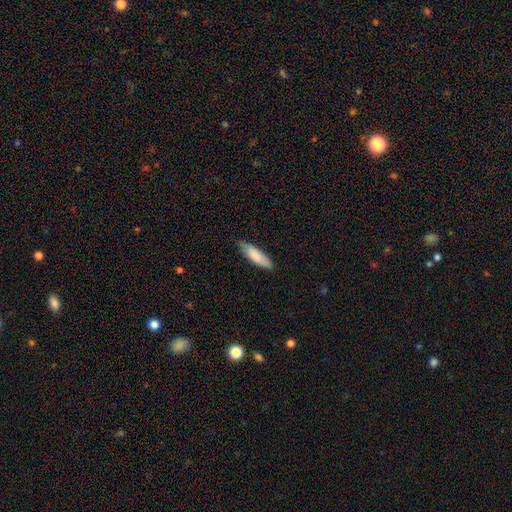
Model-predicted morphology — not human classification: A smooth galaxy with no disk features (79%) that is cigar-shaped (59%).

Vote fractions:
- Smooth or featured? smooth: 79% / featured or disk: 15% / star or artifact: 6%
- How rounded? cigar-shaped: 59% / in between: 39% / round: 1%
- Merging? none: 71% / minor disturbance: 24% / major disturbance: 3% / merger: 1%